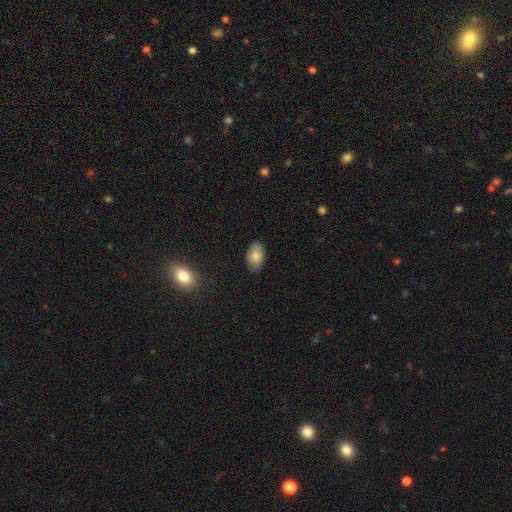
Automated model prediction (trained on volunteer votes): smooth_or_featured: smooth (p=0.81) [alt: featured or disk p=0.10]
how_rounded: in between (p=0.90) [alt: round p=0.08]
merging: none (p=0.84) [alt: minor disturbance p=0.12]